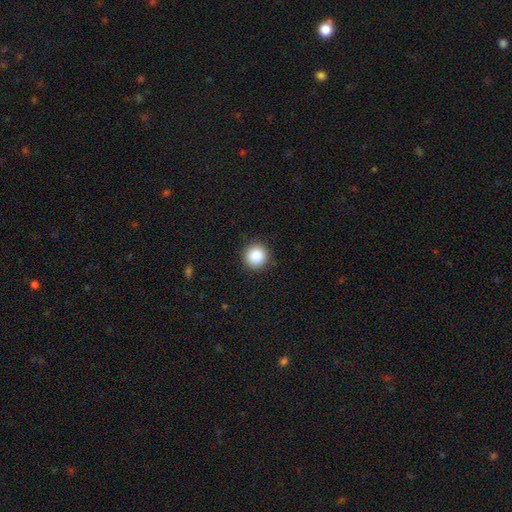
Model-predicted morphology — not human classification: Smooth or featured?
  - smooth: 85% *
  - star or artifact: 10%
  - featured or disk: 5%
How rounded?
  - round: 94% *
  - in between: 5%
  - cigar-shaped: 1%
Merging?
  - none: 91% *
  - minor disturbance: 6%
  - major disturbance: 2%
  - merger: 1%